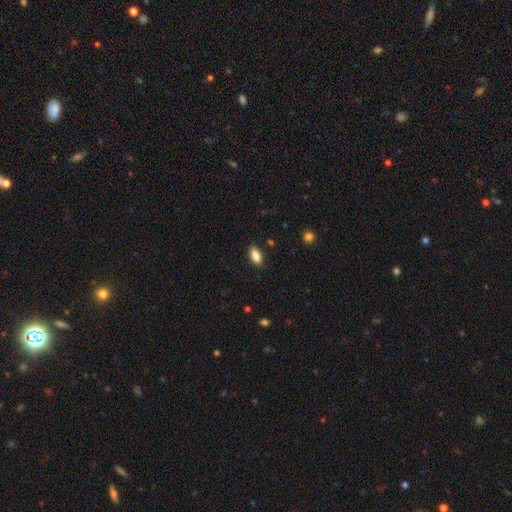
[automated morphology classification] Smooth or featured?
  - smooth: 86% *
  - star or artifact: 8%
  - featured or disk: 6%
How rounded?
  - in between: 88% *
  - cigar-shaped: 9%
  - round: 3%
Merging?
  - none: 87% *
  - minor disturbance: 9%
  - major disturbance: 2%
  - merger: 1%